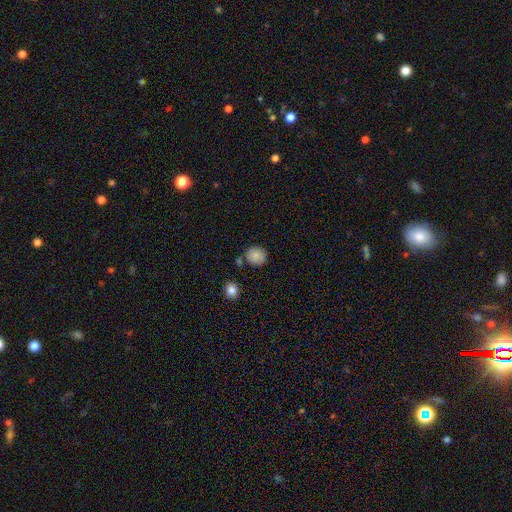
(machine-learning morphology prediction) smooth 86%, star or artifact 9%, featured or disk 5%. Down the decision tree: how rounded — round (88%); merging — none (81%).